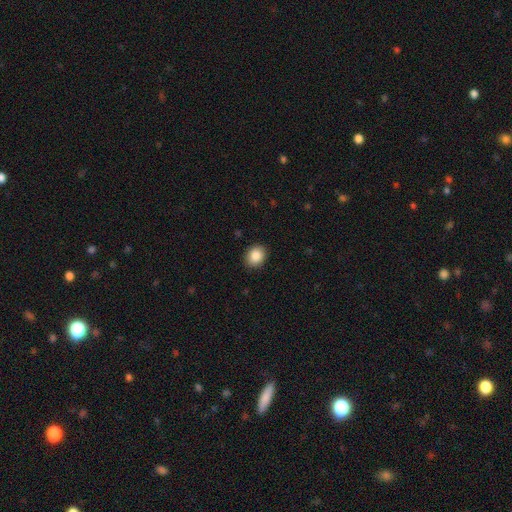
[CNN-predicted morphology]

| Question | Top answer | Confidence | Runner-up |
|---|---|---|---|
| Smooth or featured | smooth | 88% | star or artifact (8%) |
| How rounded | round | 55% | in between (44%) |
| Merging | none | 90% | minor disturbance (7%) |